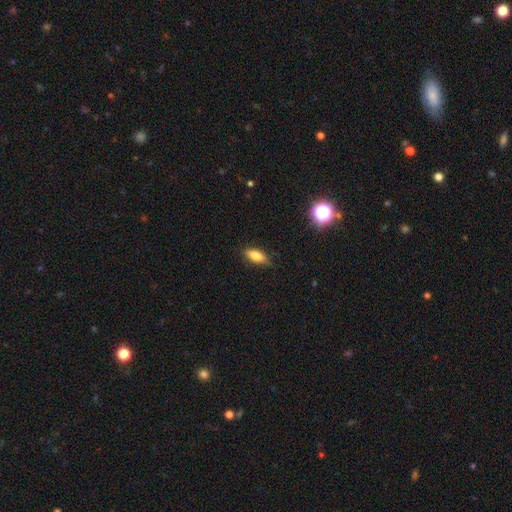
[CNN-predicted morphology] smooth 81%, featured or disk 11%, star or artifact 8%. Down the decision tree: how rounded — in between (75%); merging — none (84%).